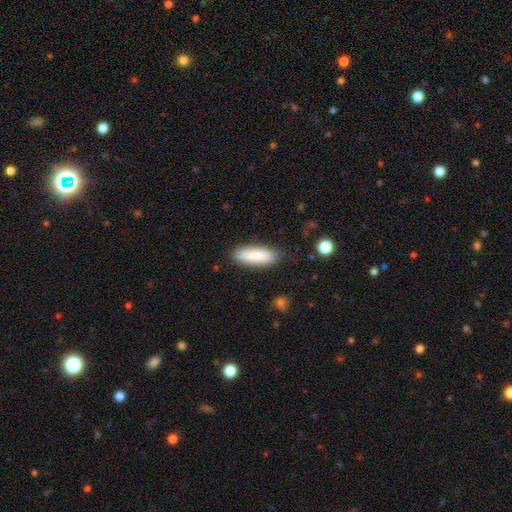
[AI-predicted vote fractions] Smooth or featured: smooth — 84% (featured or disk — 9%)
How rounded: in between — 56% (cigar-shaped — 42%)
Merging: none — 82% (minor disturbance — 13%)